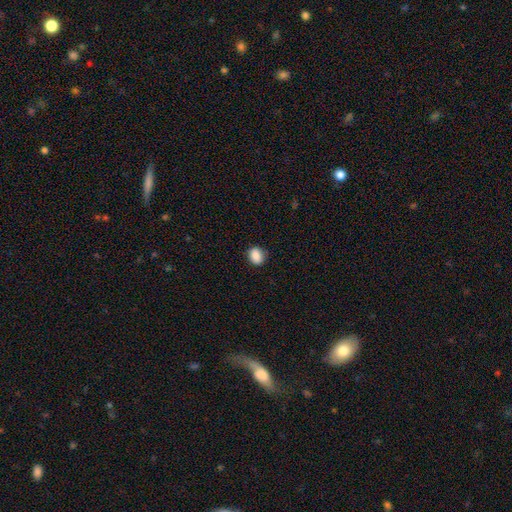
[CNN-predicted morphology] smooth 88%, star or artifact 8%, featured or disk 4%. Down the decision tree: how rounded — in between (53%); merging — none (86%).